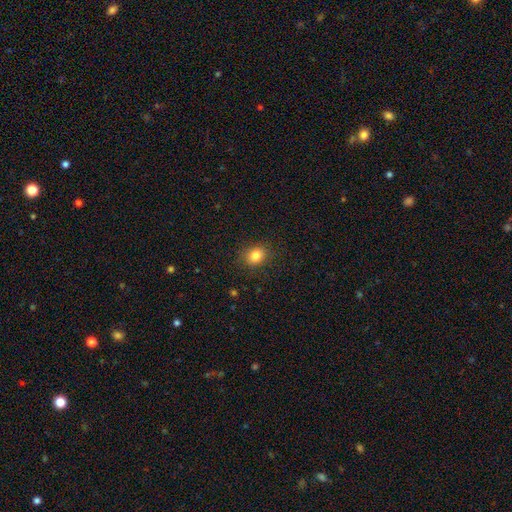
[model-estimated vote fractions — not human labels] Smooth or featured? smooth (83%)
How rounded? round (53%)
Merging? none (87%)